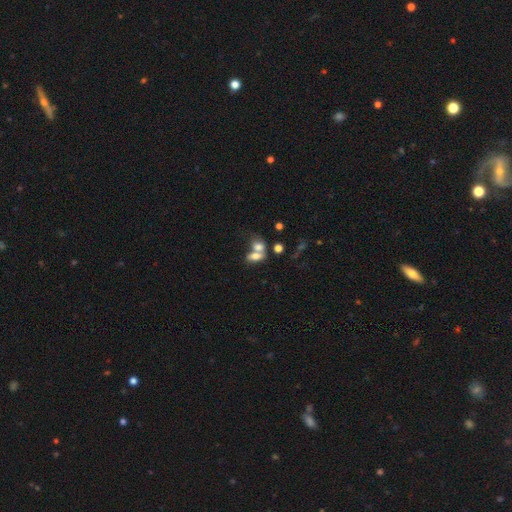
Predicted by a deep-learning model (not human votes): This is likely a smooth galaxy (67%). How rounded: likely in between (80%). Merging: likely merger (62%).